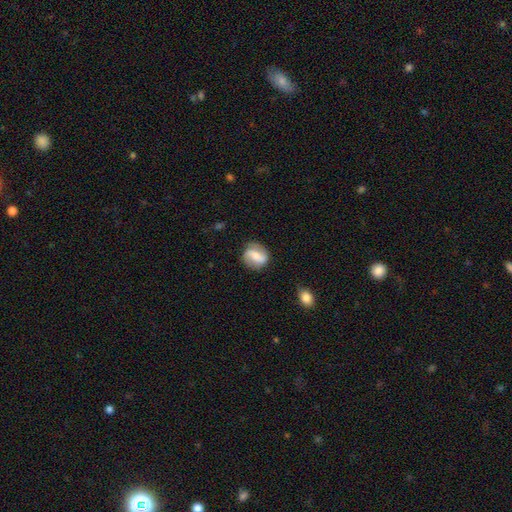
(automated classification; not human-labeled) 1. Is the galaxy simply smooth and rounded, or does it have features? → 60% featured or disk, 33% smooth, 7% star or artifact.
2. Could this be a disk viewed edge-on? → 96% no, 4% yes.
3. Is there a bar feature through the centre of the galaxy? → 41% strong, 37% weak, 22% no.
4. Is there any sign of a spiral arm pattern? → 84% yes, 16% no.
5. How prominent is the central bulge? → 46% moderate, 37% small, 8% none, 7% large, 2% dominant.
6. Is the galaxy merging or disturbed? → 80% none, 14% minor disturbance, 4% major disturbance, 2% merger.